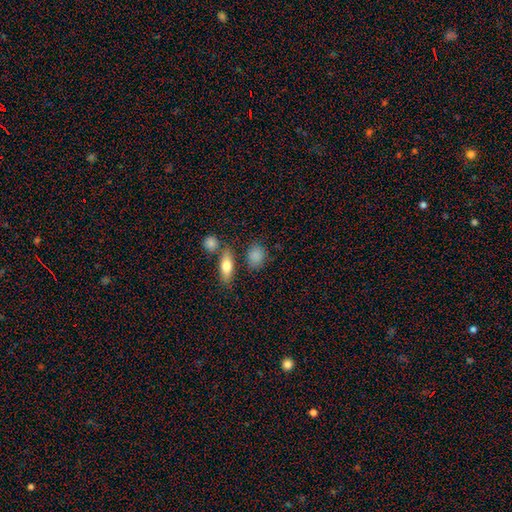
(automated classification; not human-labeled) Smooth or featured? smooth (84%)
How rounded? in between (57%)
Merging? none (73%)